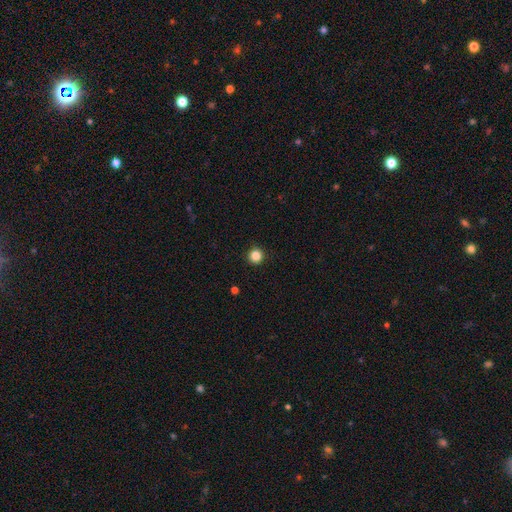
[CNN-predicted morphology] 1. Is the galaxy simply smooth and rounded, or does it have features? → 85% smooth, 12% star or artifact, 3% featured or disk.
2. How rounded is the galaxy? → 96% round, 3% in between, 1% cigar-shaped.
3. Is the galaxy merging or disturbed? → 93% none, 4% minor disturbance, 2% major disturbance, 1% merger.